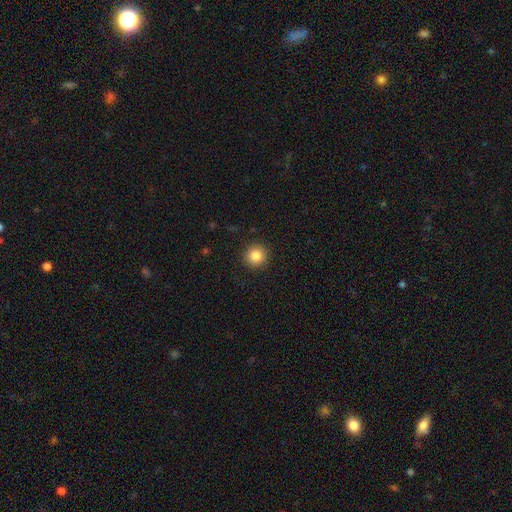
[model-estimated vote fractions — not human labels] The model was most divided on "smooth or featured": smooth: 85%, star or artifact: 10%, featured or disk: 5%. More confident: how rounded — round (94%); merging — none (92%).